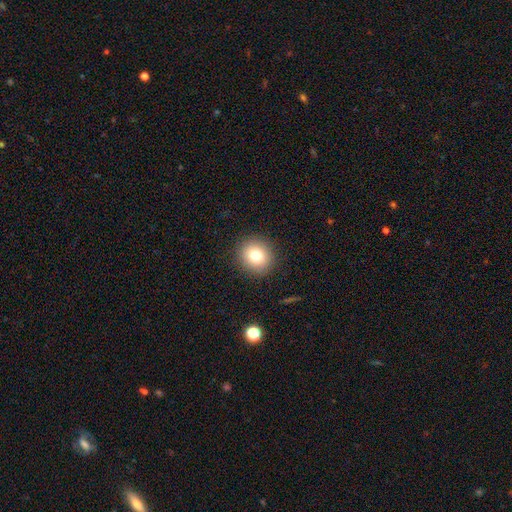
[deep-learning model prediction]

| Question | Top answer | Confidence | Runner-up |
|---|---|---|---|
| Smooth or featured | smooth | 78% | star or artifact (11%) |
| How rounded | round | 85% | in between (14%) |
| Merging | none | 90% | minor disturbance (7%) |